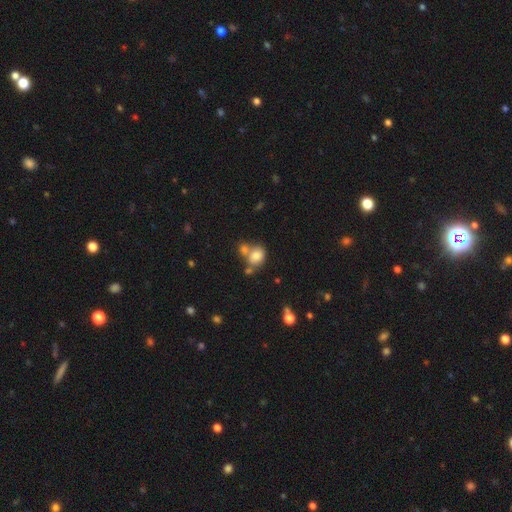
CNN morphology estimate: smooth-or-featured: smooth: 78% | featured or disk: 12% | star or artifact: 10%
  how-rounded: round: 58% | in between: 41% | cigar-shaped: 1%
  merging: none: 43% | merger: 39% | minor disturbance: 13% | major disturbance: 6%